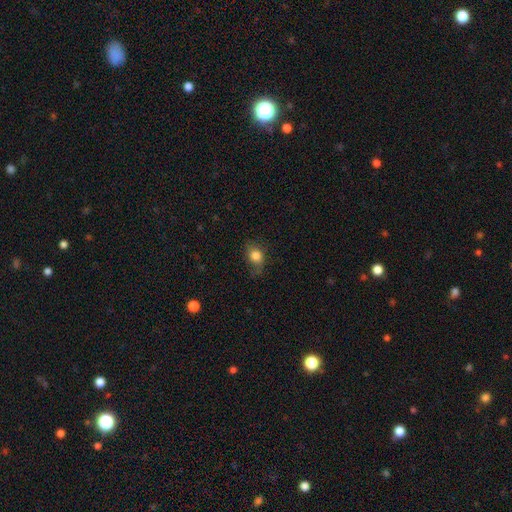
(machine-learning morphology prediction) This appears to be a smooth galaxy with no disk features (79%) that is in between round and cigar-shaped (54%). Merging: none (58%).